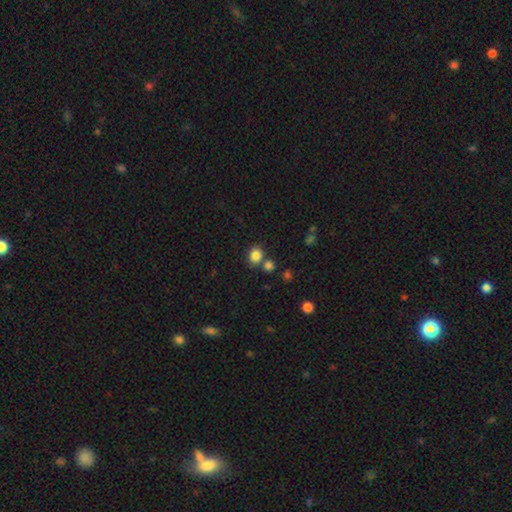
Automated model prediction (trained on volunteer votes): A smooth galaxy with no disk features (84%) that is round (65%). Merging: none (68%).